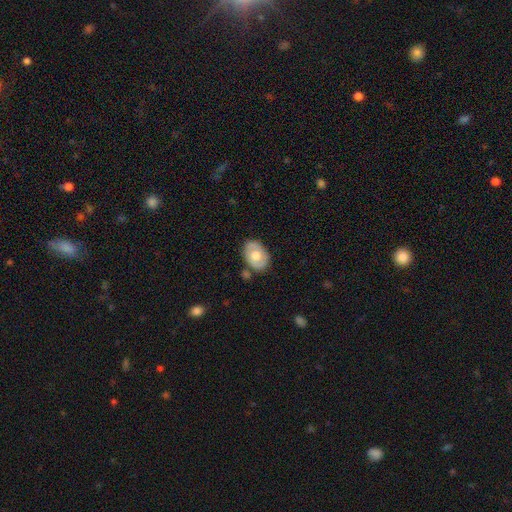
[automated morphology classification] smooth-or-featured: smooth: 48% | featured or disk: 46% | star or artifact: 6%
  merging: none: 76% | minor disturbance: 15% | merger: 5% | major disturbance: 4%